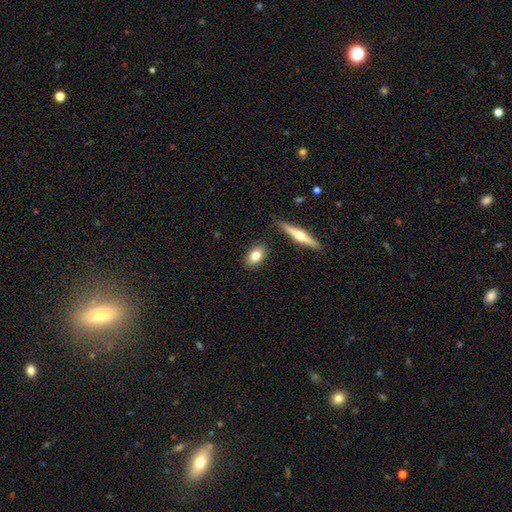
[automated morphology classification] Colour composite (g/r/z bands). It shows a smooth galaxy with no disk features (76%) that is in between round and cigar-shaped (83%). Merging: none (86%).